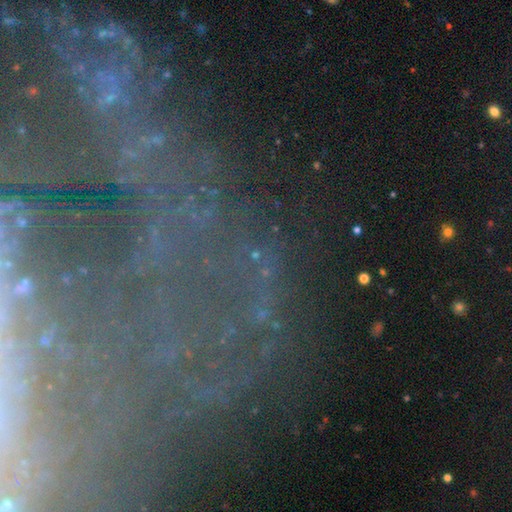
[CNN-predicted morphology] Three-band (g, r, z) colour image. It shows a star or artifact, not a galaxy (65%).